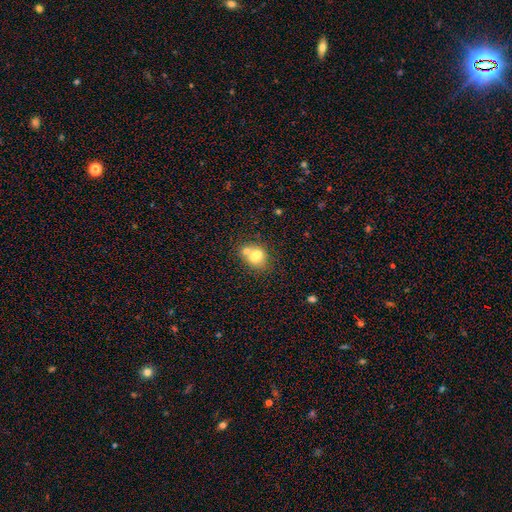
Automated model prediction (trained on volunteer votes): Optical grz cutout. It shows a smooth galaxy with no disk features (68%) that is round (57%). Merging: merger (54%).